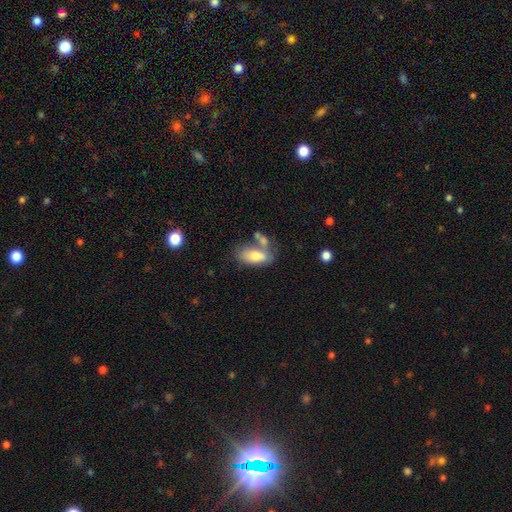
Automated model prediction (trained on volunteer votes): Smooth or featured?
  - smooth: 77% *
  - featured or disk: 16%
  - star or artifact: 7%
How rounded?
  - in between: 85% *
  - cigar-shaped: 12%
  - round: 3%
Merging?
  - none: 42% *
  - merger: 31%
  - minor disturbance: 18%
  - major disturbance: 9%